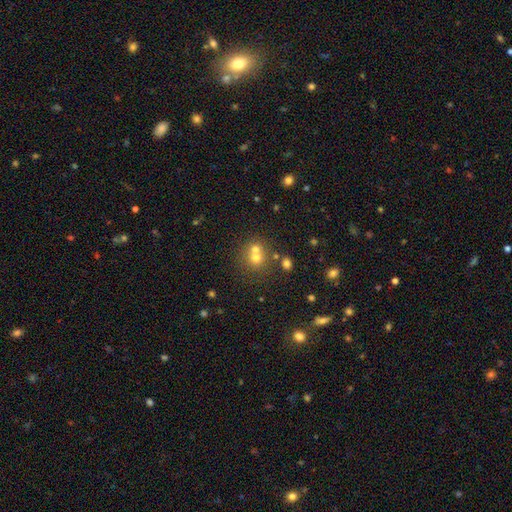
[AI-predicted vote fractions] Smooth or featured: smooth — 61% (star or artifact — 21%)
How rounded: round — 84% (in between — 15%)
Merging: merger — 48% (none — 43%)